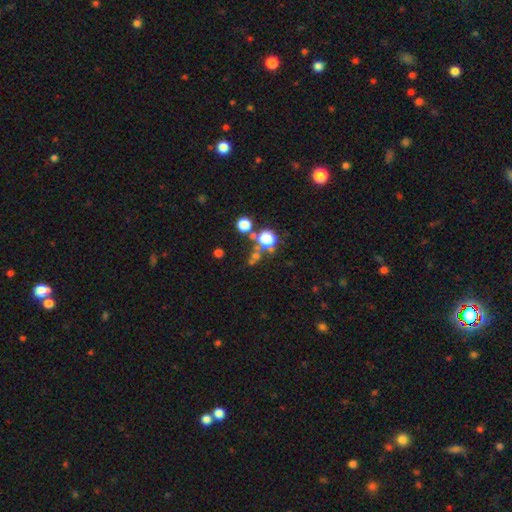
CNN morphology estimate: Overall: star or artifact (46%; smooth 43%).